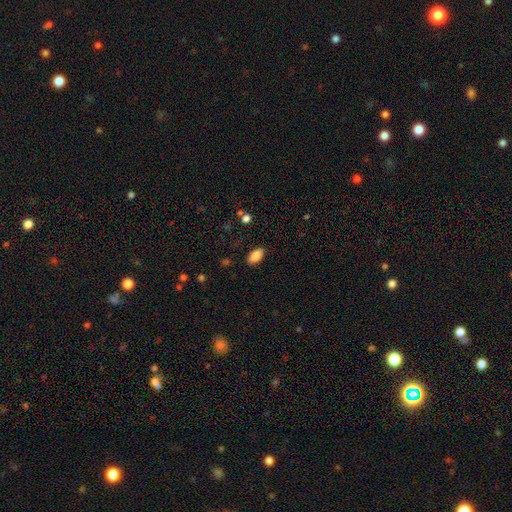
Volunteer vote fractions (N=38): Smooth or featured?
  - smooth: 92% *
  - featured or disk: 5%
  - star or artifact: 3%
How rounded?
  - in between: 94% *
  - cigar-shaped: 6%
  - round: 0%
Merging?
  - none: 92% *
  - major disturbance: 5%
  - minor disturbance: 3%
  - merger: 0%